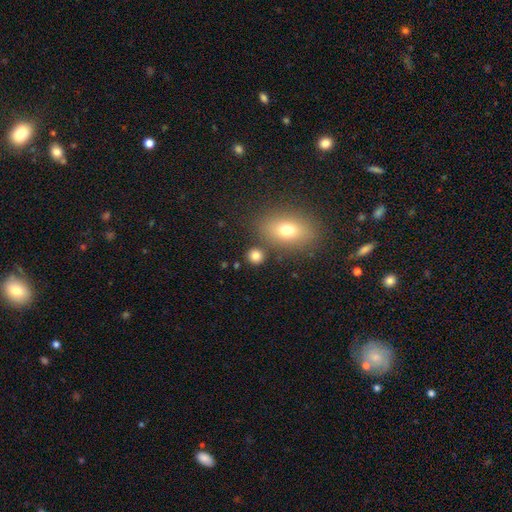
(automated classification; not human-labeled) Smooth or featured? smooth (80%)
How rounded? round (80%)
Merging? none (79%)